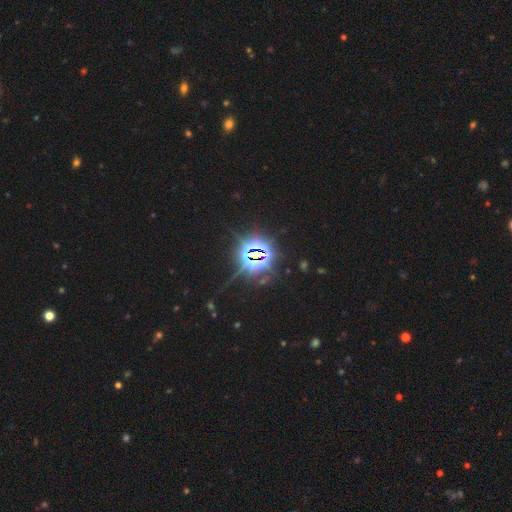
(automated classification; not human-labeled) Smooth or featured? Predicted: star or artifact (p=0.85).